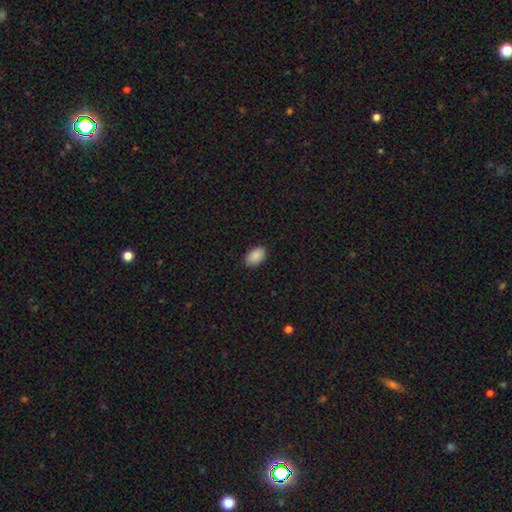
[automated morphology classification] This is clearly a smooth galaxy (90%). How rounded: clearly in between (92%). Merging: clearly none (86%).